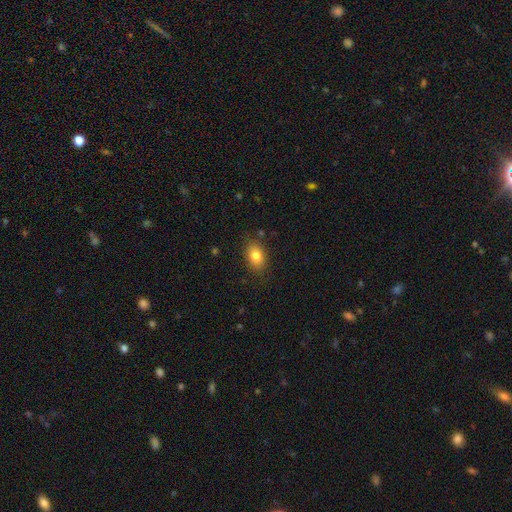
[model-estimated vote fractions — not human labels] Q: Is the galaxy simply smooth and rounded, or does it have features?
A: smooth — 84%.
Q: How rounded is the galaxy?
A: in between — 83%.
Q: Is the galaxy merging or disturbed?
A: none — 84%.